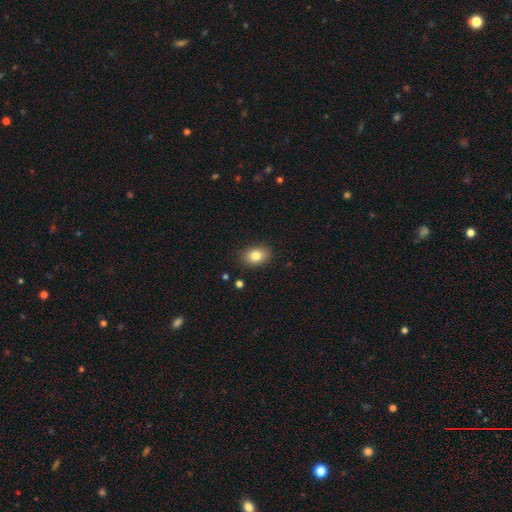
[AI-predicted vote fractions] Smooth or featured: smooth — 82% (star or artifact — 9%)
How rounded: in between — 72% (round — 27%)
Merging: none — 86% (minor disturbance — 10%)